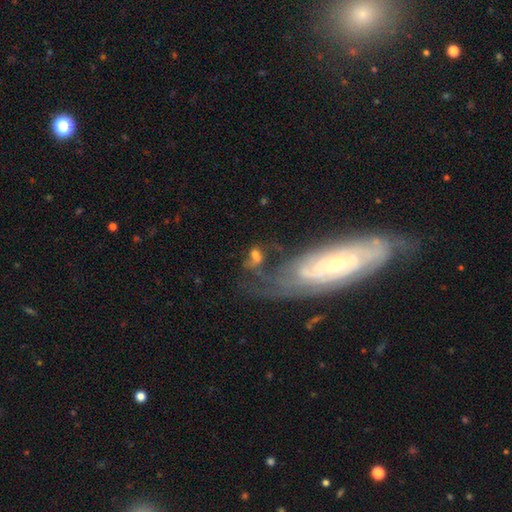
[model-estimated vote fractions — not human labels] Morphology: type=smooth (41%, tied with featured or disk); merging=none (34%).